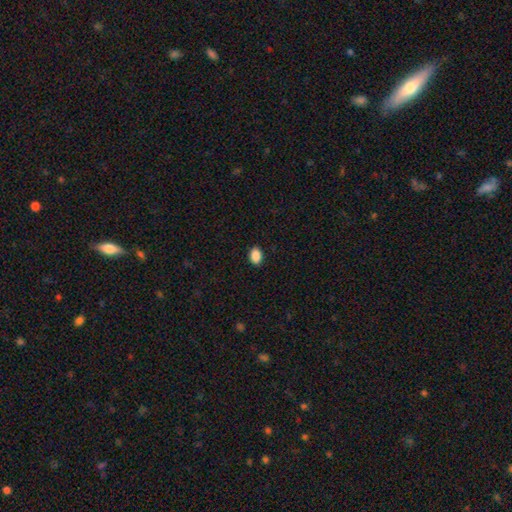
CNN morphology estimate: type=smooth (89%); roundness=in between (81%); merging=none (91%).